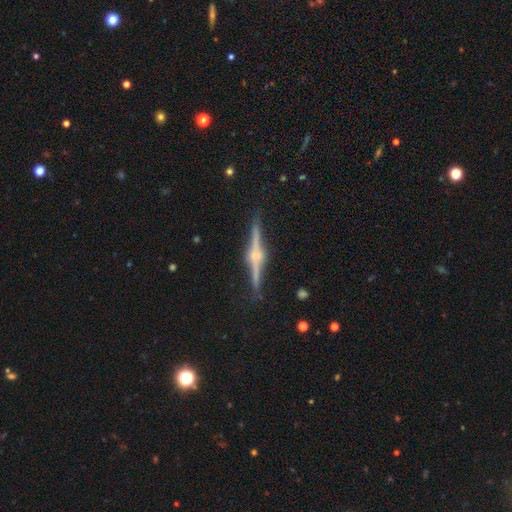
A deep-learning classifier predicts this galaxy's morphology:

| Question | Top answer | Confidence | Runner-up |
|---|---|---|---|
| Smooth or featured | featured or disk | 85% | smooth (8%) |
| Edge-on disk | yes | 98% | no (2%) |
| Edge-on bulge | rounded | 88% | boxy (7%) |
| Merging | none | 88% | minor disturbance (9%) |